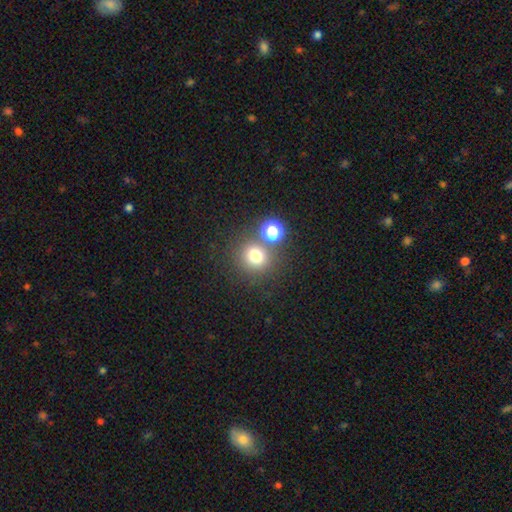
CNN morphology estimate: Smooth or featured? Predicted: smooth (p=0.74). How rounded? Predicted: round (p=0.87). Merging? Predicted: none (p=0.72).